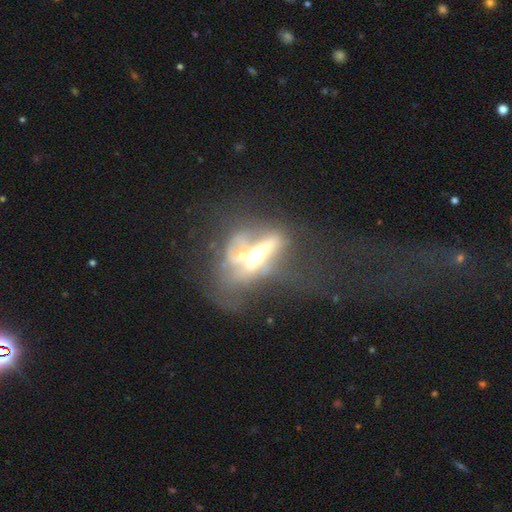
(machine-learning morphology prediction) Overall: featured or disk (67%). Edge-on disk: no (53%; yes 47%). Merging: merger (37%; major disturbance 30%).